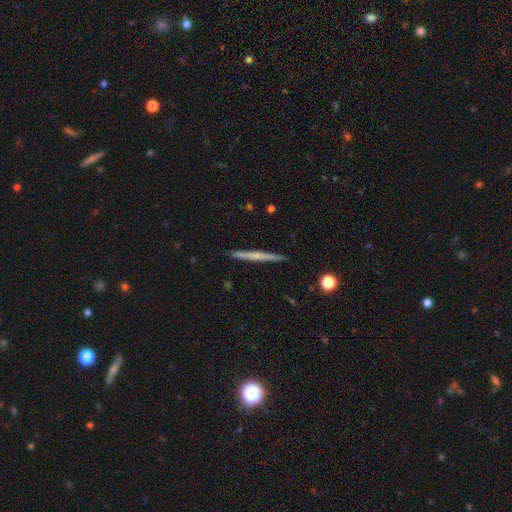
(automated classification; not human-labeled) smooth-or-featured: featured or disk: 49% | smooth: 45% | star or artifact: 6%
  merging: none: 92% | minor disturbance: 6% | major disturbance: 1% | merger: 1%